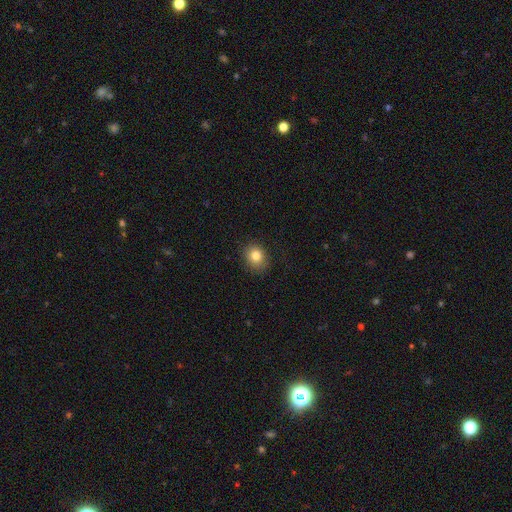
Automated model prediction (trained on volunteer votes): Overall: smooth (81%). How rounded: round (64%; in between 35%). Merging: none (86%).